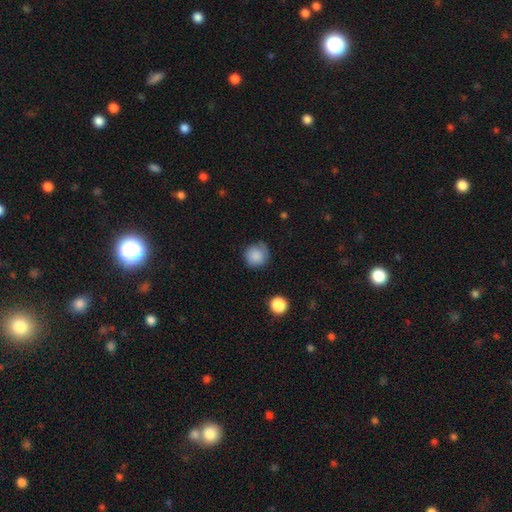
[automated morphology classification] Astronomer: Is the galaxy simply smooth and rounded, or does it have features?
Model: smooth — 85%.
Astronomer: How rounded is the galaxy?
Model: round — 90%.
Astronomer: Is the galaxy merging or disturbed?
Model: none — 71%.